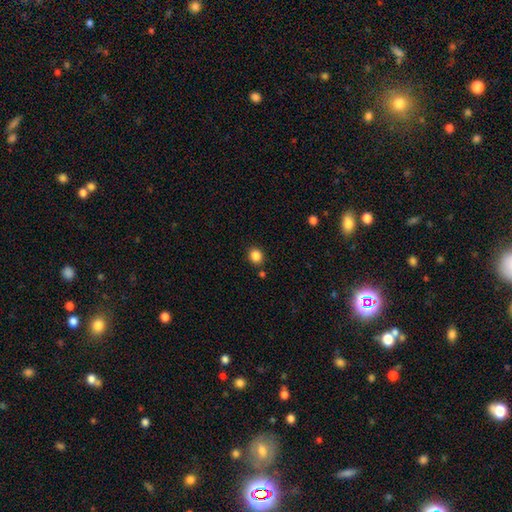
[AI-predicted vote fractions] A smooth galaxy with no disk features (86%) that is round (76%).

Vote fractions:
- Smooth or featured? smooth: 86% / star or artifact: 11% / featured or disk: 3%
- How rounded? round: 76% / in between: 23% / cigar-shaped: 1%
- Merging? none: 85% / minor disturbance: 8% / merger: 4% / major disturbance: 2%